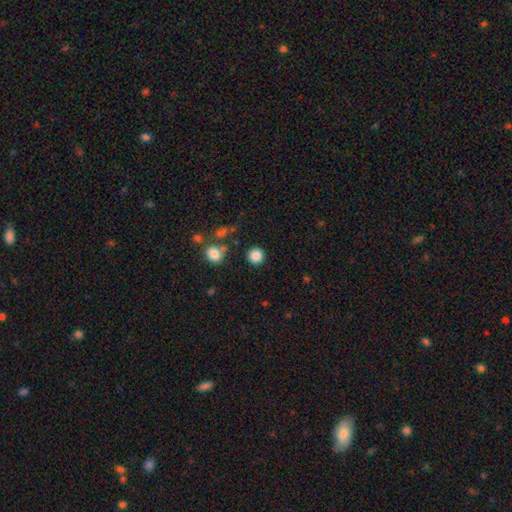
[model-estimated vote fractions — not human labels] Smooth or featured: smooth — 86% (star or artifact — 11%)
How rounded: round — 92% (in between — 7%)
Merging: none — 86% (minor disturbance — 7%)